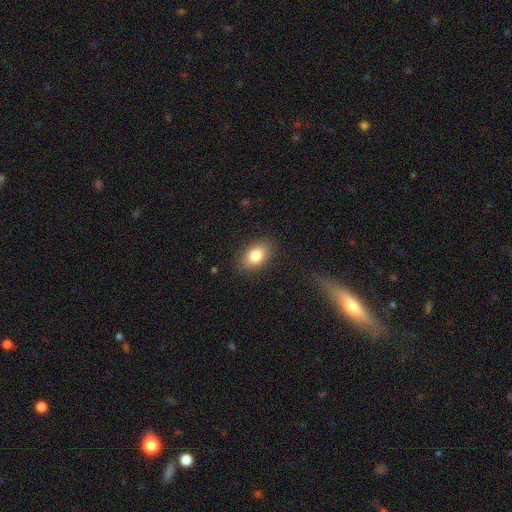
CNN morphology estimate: This is clearly a smooth galaxy (82%). How rounded: clearly in between (86%). Merging: clearly none (86%).